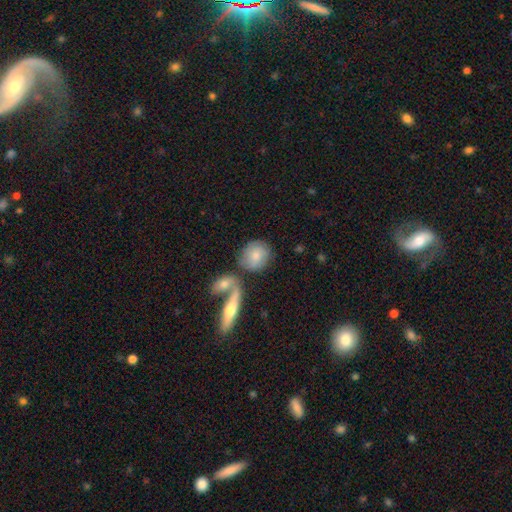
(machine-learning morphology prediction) This is likely a smooth galaxy (69%). How rounded: likely round (71%). Merging: possibly none (58%).